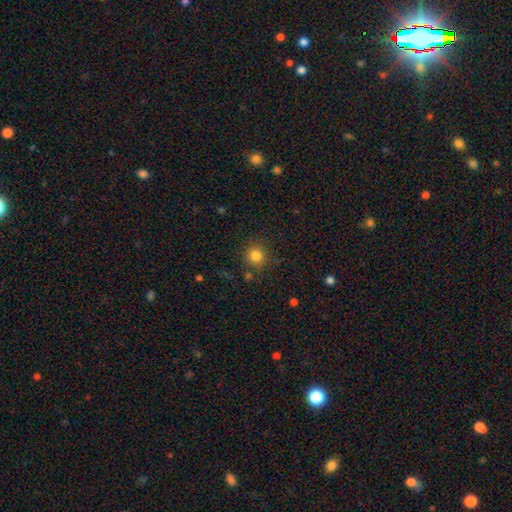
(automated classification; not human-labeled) smooth-or-featured: smooth: 83% | star or artifact: 12% | featured or disk: 5%
  how-rounded: round: 93% | in between: 6% | cigar-shaped: 1%
  merging: none: 84% | minor disturbance: 9% | merger: 4% | major disturbance: 3%